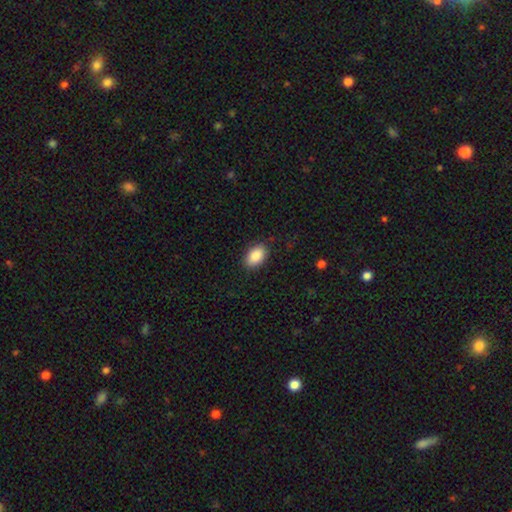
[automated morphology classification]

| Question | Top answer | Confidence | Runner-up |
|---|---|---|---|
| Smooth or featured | smooth | 89% | star or artifact (7%) |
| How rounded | in between | 89% | round (9%) |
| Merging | none | 86% | minor disturbance (10%) |